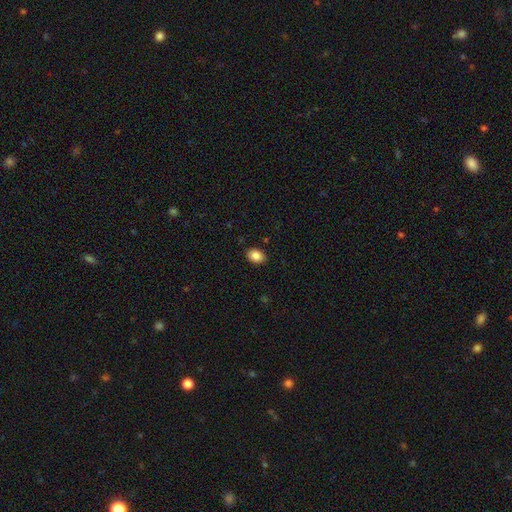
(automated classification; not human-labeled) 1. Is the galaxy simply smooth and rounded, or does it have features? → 87% smooth, 8% star or artifact, 5% featured or disk.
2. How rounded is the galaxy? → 78% in between, 21% round, 1% cigar-shaped.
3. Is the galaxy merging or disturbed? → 89% none, 8% minor disturbance, 2% major disturbance, 1% merger.